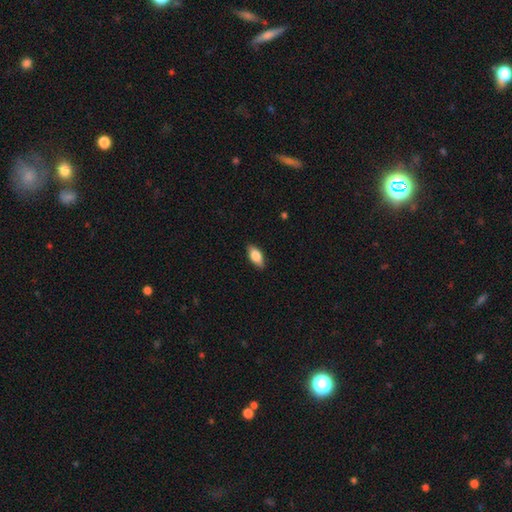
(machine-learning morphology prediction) A smooth galaxy with no disk features (78%) that is in between round and cigar-shaped (86%).

Vote fractions:
- Smooth or featured? smooth: 78% / featured or disk: 15% / star or artifact: 6%
- How rounded? in between: 86% / cigar-shaped: 11% / round: 3%
- Merging? none: 87% / minor disturbance: 10% / major disturbance: 2% / merger: 1%